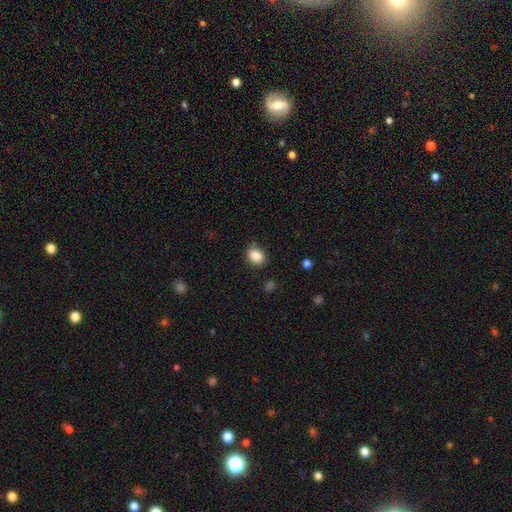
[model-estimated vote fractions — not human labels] A smooth galaxy with no disk features (86%) that is in between round and cigar-shaped (58%).

Vote fractions:
- Smooth or featured? smooth: 86% / star or artifact: 9% / featured or disk: 4%
- How rounded? in between: 58% / round: 41% / cigar-shaped: 1%
- Merging? none: 79% / minor disturbance: 15% / major disturbance: 4% / merger: 3%